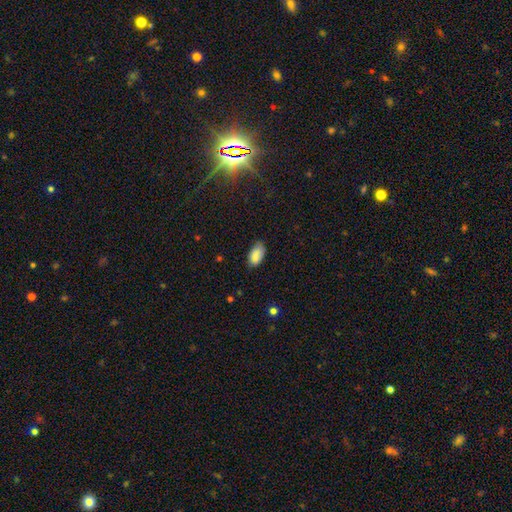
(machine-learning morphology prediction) A smooth galaxy with no disk features (85%) that is in between round and cigar-shaped (94%). Merging: none (62%).